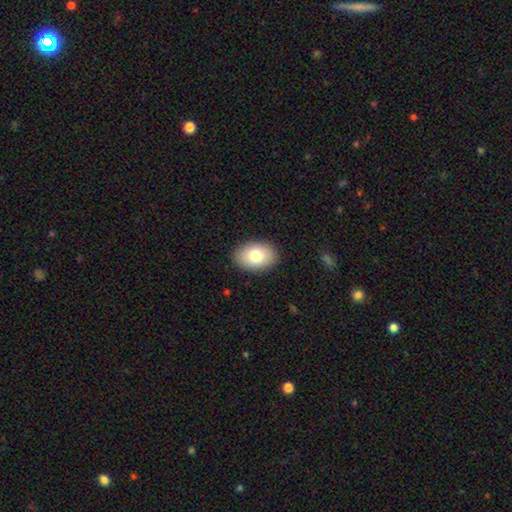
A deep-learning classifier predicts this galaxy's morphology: type=smooth (80%); roundness=in between (81%); merging=none (90%).